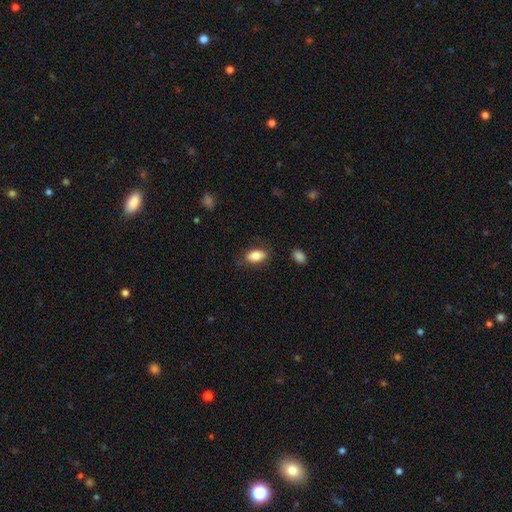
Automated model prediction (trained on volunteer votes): Smooth or featured? smooth (83%)
How rounded? in between (90%)
Merging? none (81%)